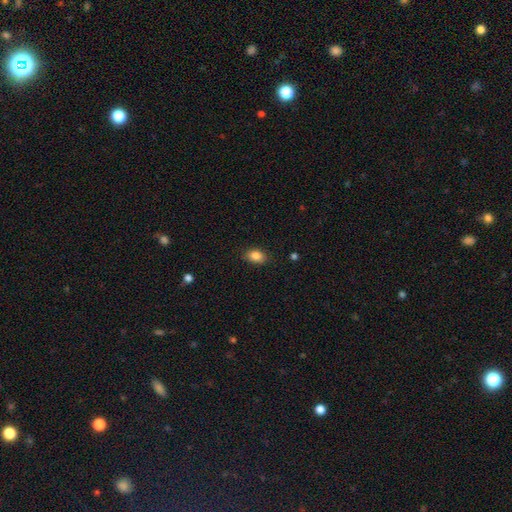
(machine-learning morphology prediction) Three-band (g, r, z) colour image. It shows a smooth galaxy with no disk features (85%) that is in between round and cigar-shaped (79%). Merging: none (85%).